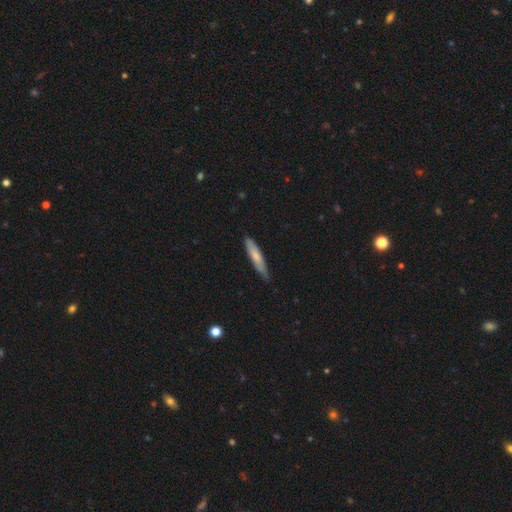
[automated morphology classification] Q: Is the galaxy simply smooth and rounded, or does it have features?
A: smooth — 69%.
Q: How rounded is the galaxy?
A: cigar-shaped — 89%.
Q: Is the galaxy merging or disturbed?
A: none — 74%.